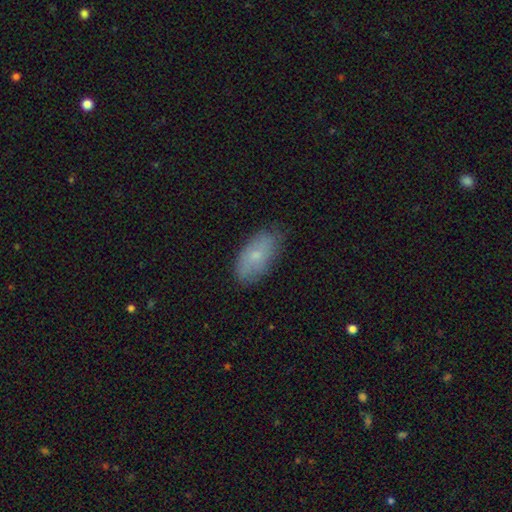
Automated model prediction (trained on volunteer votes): Morphology: type=smooth (70%); roundness=in between (92%); merging=none (79%).